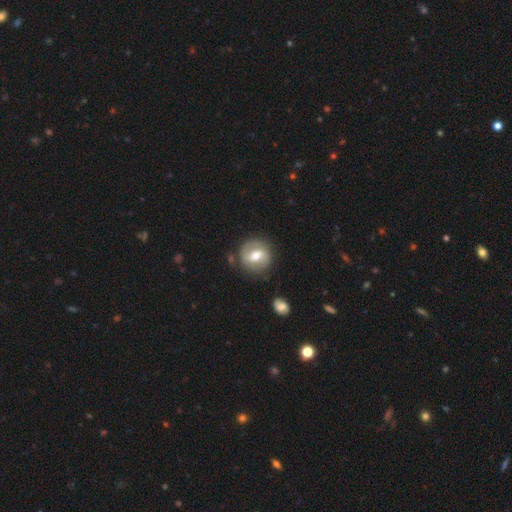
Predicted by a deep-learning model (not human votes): A featured or disk galaxy (51%). Merging: none (79%).